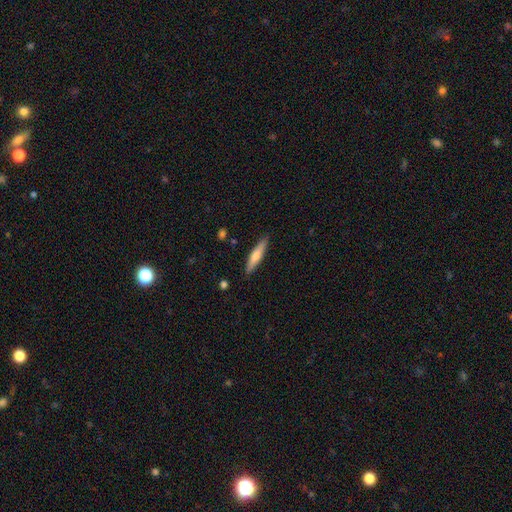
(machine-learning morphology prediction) Smooth or featured? smooth (56%)
How rounded? cigar-shaped (87%)
Merging? none (89%)